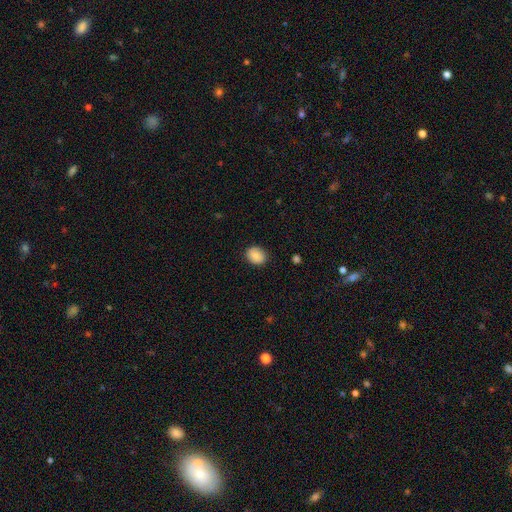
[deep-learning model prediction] Smooth or featured? smooth (86%)
How rounded? round (51%)
Merging? none (87%)